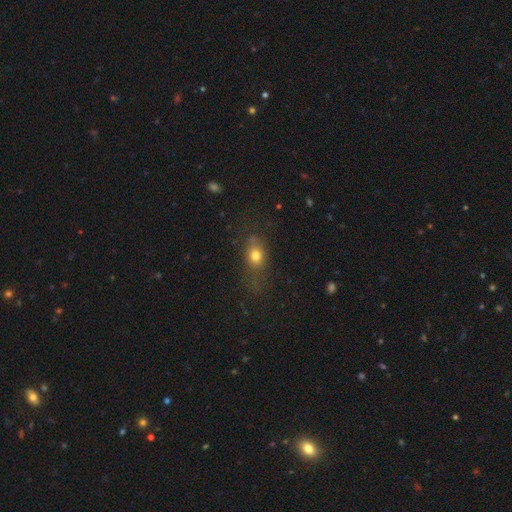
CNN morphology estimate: Smooth or featured: smooth — 75% (star or artifact — 13%)
How rounded: in between — 58% (round — 38%)
Merging: none — 59% (minor disturbance — 23%)